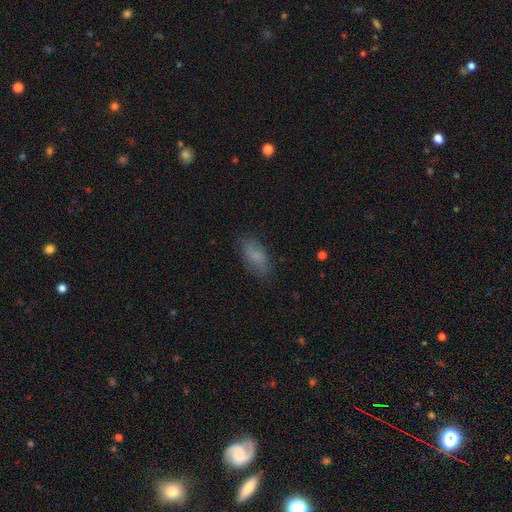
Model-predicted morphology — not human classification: smooth-or-featured: smooth: 80% | featured or disk: 12% | star or artifact: 9%
  how-rounded: in between: 88% | cigar-shaped: 8% | round: 4%
  merging: none: 76% | minor disturbance: 17% | major disturbance: 6% | merger: 1%